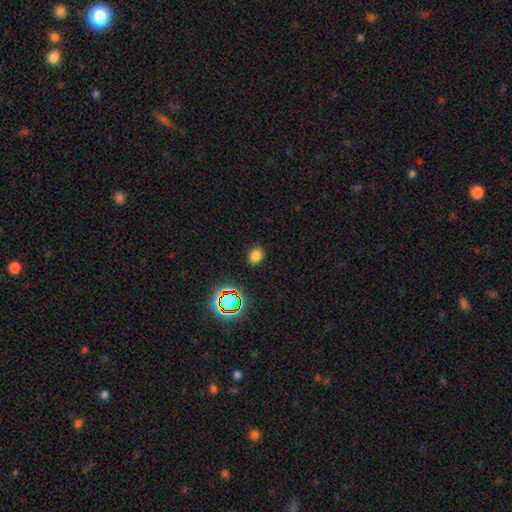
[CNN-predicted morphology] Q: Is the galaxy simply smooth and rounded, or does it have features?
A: smooth — 77%.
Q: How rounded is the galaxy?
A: in between — 58%.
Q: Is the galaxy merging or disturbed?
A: none — 88%.